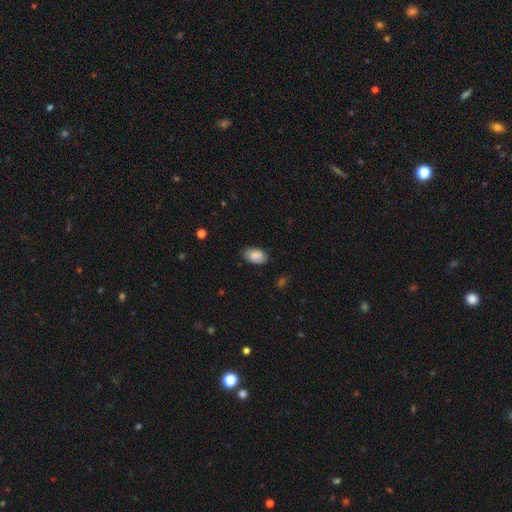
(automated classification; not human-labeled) smooth_or_featured: smooth (p=0.86) [alt: featured or disk p=0.07]
how_rounded: in between (p=0.92) [alt: round p=0.07]
merging: none (p=0.79) [alt: minor disturbance p=0.17]